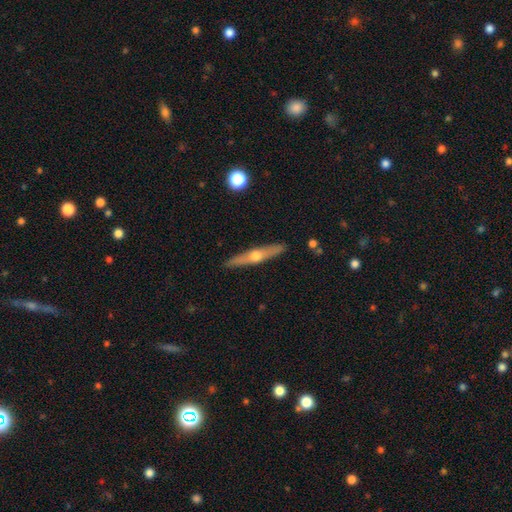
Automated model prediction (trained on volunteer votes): A featured or disk galaxy (69%) viewed edge-on (95%) with a rounded central bulge (92%). Merging: none (91%).